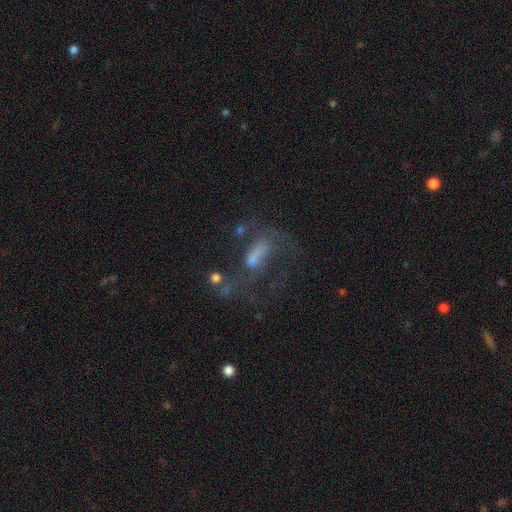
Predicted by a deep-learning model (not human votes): This is possibly a featured or disk galaxy (46%). Merging: marginally major disturbance (42%).